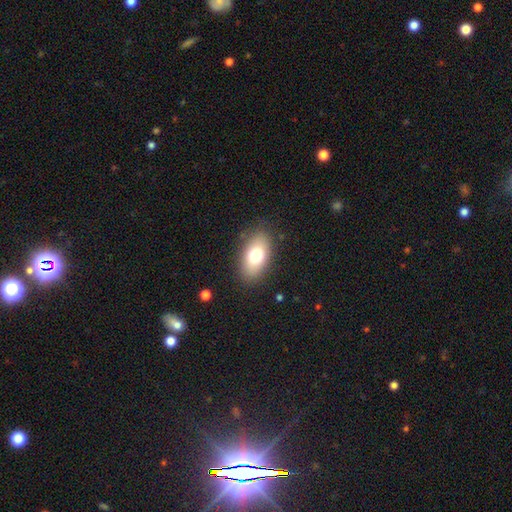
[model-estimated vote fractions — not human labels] A smooth galaxy with no disk features (74%) that is in between round and cigar-shaped (91%). Merging: none (84%).